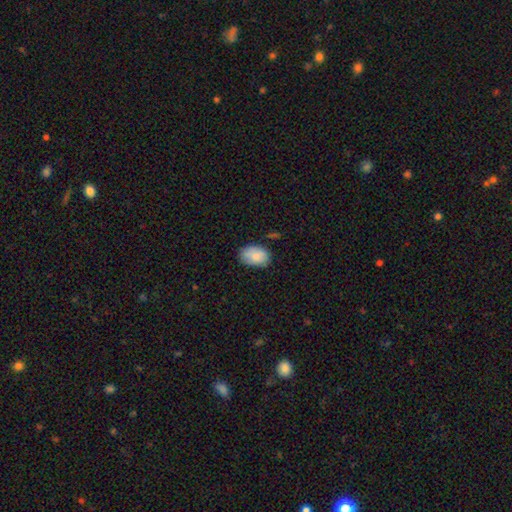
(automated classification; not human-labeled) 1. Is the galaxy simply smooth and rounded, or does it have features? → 82% smooth, 11% featured or disk, 7% star or artifact.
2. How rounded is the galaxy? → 87% in between, 12% round, 1% cigar-shaped.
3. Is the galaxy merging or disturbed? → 73% none, 21% minor disturbance, 4% major disturbance, 2% merger.